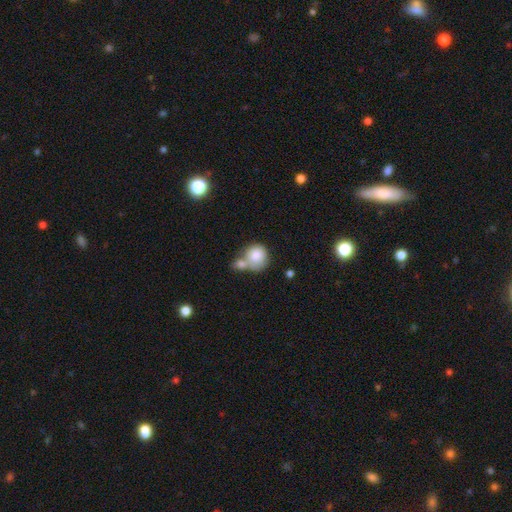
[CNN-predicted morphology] type=smooth (82%); roundness=round (82%); merging=merger (51%).